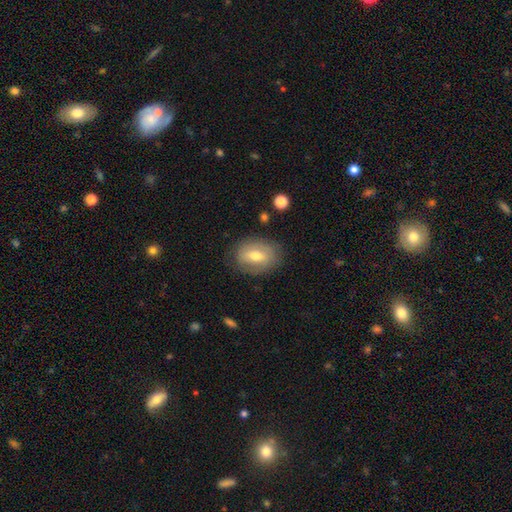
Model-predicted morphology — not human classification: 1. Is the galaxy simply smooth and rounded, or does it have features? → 55% smooth, 37% featured or disk, 8% star or artifact.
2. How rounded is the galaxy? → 74% in between, 24% round, 2% cigar-shaped.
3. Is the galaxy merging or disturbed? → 79% none, 15% minor disturbance, 5% major disturbance, 1% merger.